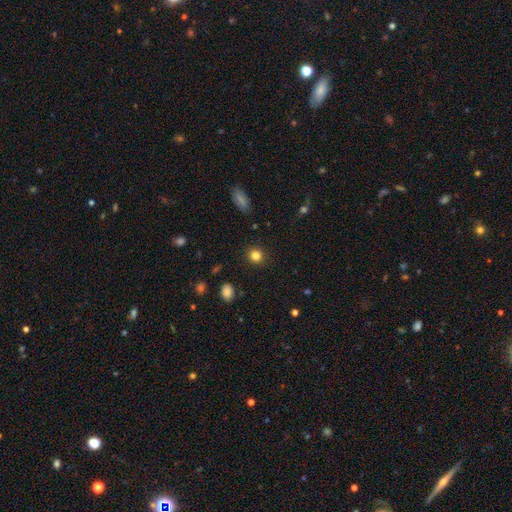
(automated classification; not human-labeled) This appears to be a smooth galaxy with no disk features (84%) that is round (87%). Merging: none (91%).